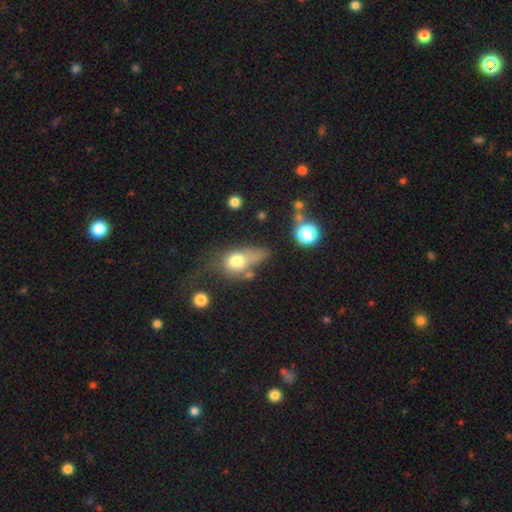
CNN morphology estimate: Overall: smooth (58%; featured or disk 25%). How rounded: in between (59%; round 32%). Merging: none (36%; major disturbance 26%).